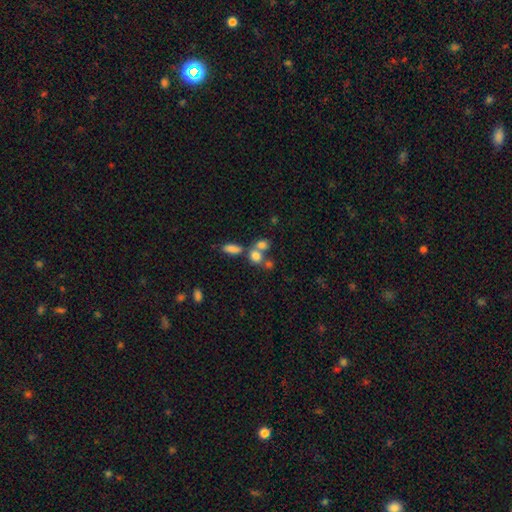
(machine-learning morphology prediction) A smooth galaxy with no disk features (75%) that is round (57%). Merging: merger (45%).